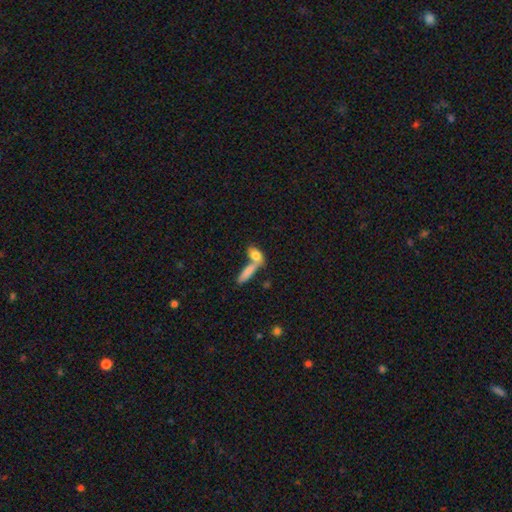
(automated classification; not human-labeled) Smooth or featured?
  - smooth: 75% *
  - featured or disk: 17%
  - star or artifact: 8%
How rounded?
  - in between: 66% *
  - cigar-shaped: 28%
  - round: 7%
Merging?
  - merger: 54% *
  - none: 33%
  - minor disturbance: 8%
  - major disturbance: 4%